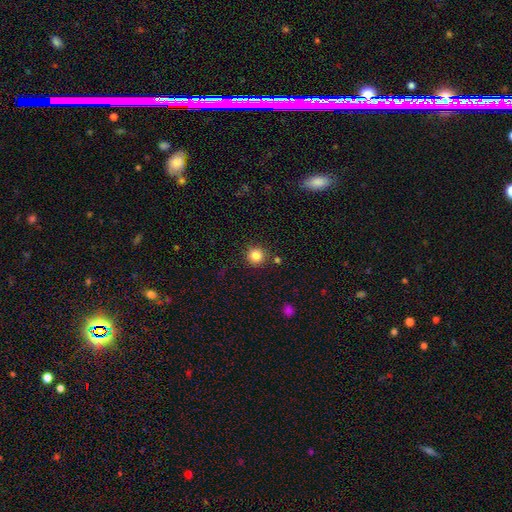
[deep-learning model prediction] Smooth or featured? smooth (84%)
How rounded? round (94%)
Merging? none (87%)